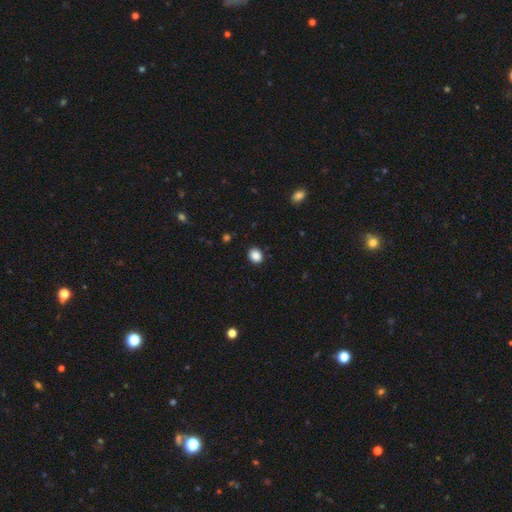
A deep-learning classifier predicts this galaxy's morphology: smooth_or_featured: smooth (p=0.88) [alt: star or artifact p=0.09]
how_rounded: round (p=0.59) [alt: in between p=0.40]
merging: none (p=0.89) [alt: minor disturbance p=0.08]